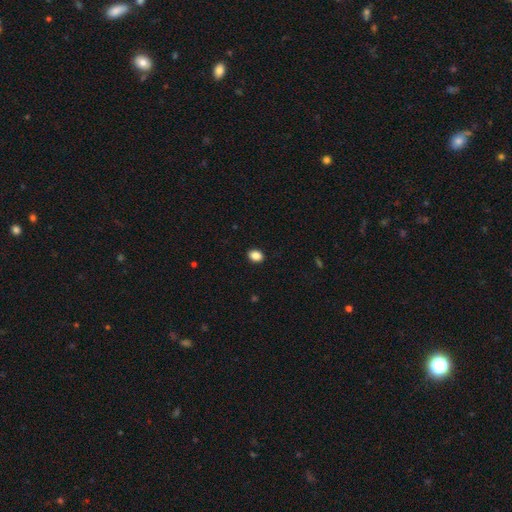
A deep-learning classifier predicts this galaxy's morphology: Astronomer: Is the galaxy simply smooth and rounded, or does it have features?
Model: smooth — 87%.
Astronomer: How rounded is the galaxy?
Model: in between — 60% (runner-up: round, 39%).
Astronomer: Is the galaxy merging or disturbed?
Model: none — 91%.